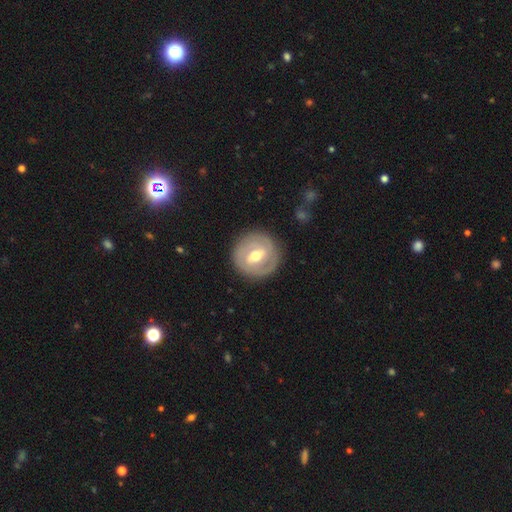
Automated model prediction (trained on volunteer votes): A featured or disk galaxy (73%) with a weak bar (49%), 2 (59%) tight (66%) spiral arms (72%) and a moderate central bulge (76%).

Vote fractions:
- Smooth or featured? featured or disk: 73% / smooth: 22% / star or artifact: 5%
- Edge-on disk? no: 96% / yes: 4%
- Bar? weak: 49% / strong: 35% / no: 16%
- Spiral arms? yes: 72% / no: 28%
- Spiral winding? tight: 66% / medium: 24% / loose: 9%
- Spiral arm count? 2: 59% / can't tell: 24% / 3: 7% / 1: 5% / 4: 2% / more than 4: 2%
- Bulge size? moderate: 76% / small: 15% / large: 6% / none: 1% / dominant: 1%
- Merging? none: 85% / minor disturbance: 10% / major disturbance: 4% / merger: 1%